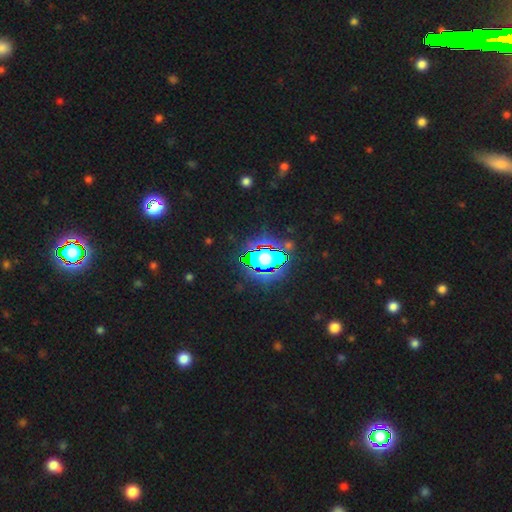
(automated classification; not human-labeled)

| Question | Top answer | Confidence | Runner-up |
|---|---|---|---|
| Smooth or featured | star or artifact | 67% | smooth (21%) |